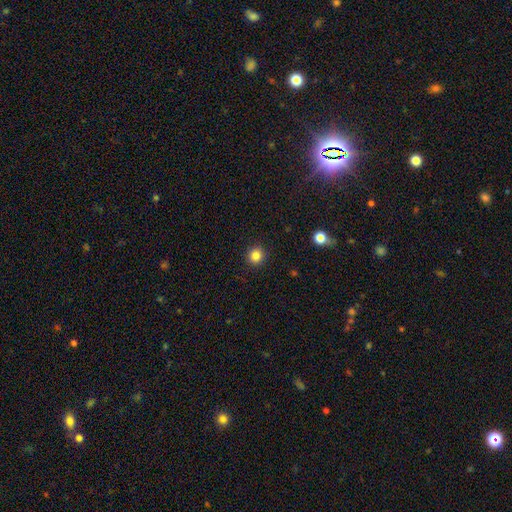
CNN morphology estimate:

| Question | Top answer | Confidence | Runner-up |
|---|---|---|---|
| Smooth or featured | smooth | 84% | star or artifact (11%) |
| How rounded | round | 93% | in between (6%) |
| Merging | none | 92% | minor disturbance (5%) |